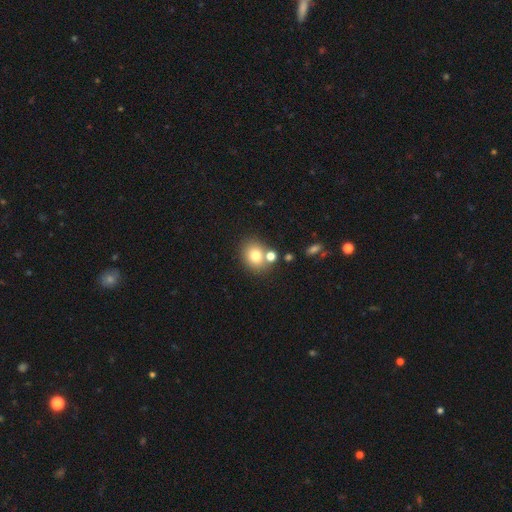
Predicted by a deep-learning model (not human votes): smooth-or-featured: smooth: 76% | star or artifact: 12% | featured or disk: 12%
  how-rounded: round: 63% | in between: 36% | cigar-shaped: 1%
  merging: none: 65% | merger: 22% | minor disturbance: 10% | major disturbance: 3%